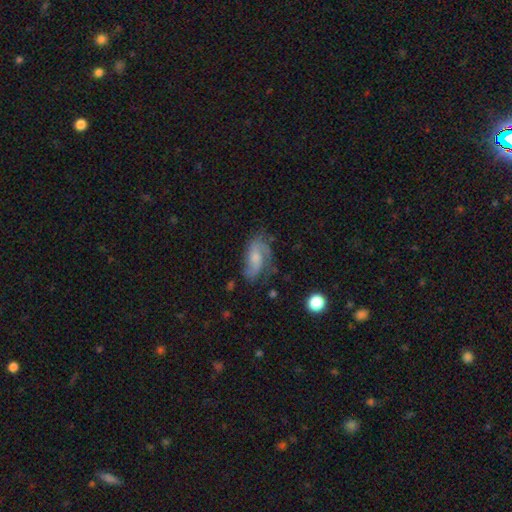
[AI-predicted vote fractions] A featured or disk galaxy (71%) with no bar (56%), 2 (61%) medium (46%) spiral arms (92%) and a moderate central bulge (42%).

Vote fractions:
- Smooth or featured? featured or disk: 71% / smooth: 20% / star or artifact: 9%
- Edge-on disk? no: 94% / yes: 6%
- Bar? no: 56% / weak: 35% / strong: 9%
- Spiral arms? yes: 92% / no: 8%
- Spiral winding? medium: 46% / loose: 27% / tight: 27%
- Spiral arm count? 2: 61% / can't tell: 16% / 3: 11% / 1: 7% / 4: 3% / more than 4: 2%
- Bulge size? moderate: 42% / small: 41% / none: 10% / large: 6% / dominant: 1%
- Merging? none: 62% / minor disturbance: 23% / major disturbance: 13% / merger: 2%